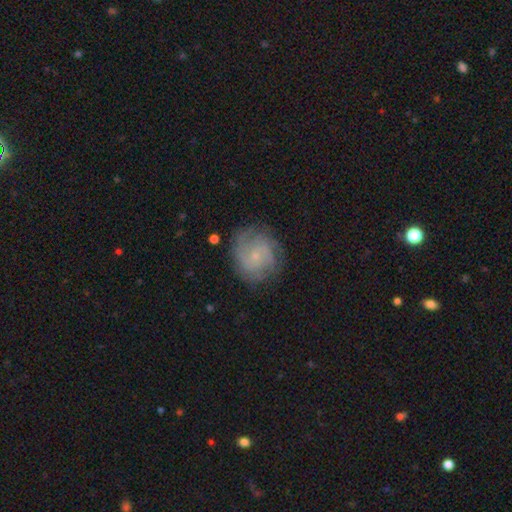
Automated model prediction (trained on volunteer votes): Q: Smooth or featured?
A: featured or disk (64%); runner-up: smooth (28%)
Q: Edge-on disk?
A: no (98%); runner-up: yes (2%)
Q: Bar?
A: no (71%); runner-up: weak (26%)
Q: Spiral arms?
A: yes (87%); runner-up: no (13%)
Q: Spiral winding?
A: tight (50%); runner-up: medium (37%)
Q: Spiral arm count?
A: can't tell (39%); runner-up: 2 (27%)
Q: Bulge size?
A: small (76%); runner-up: moderate (15%)
Q: Merging?
A: none (72%); runner-up: minor disturbance (18%)